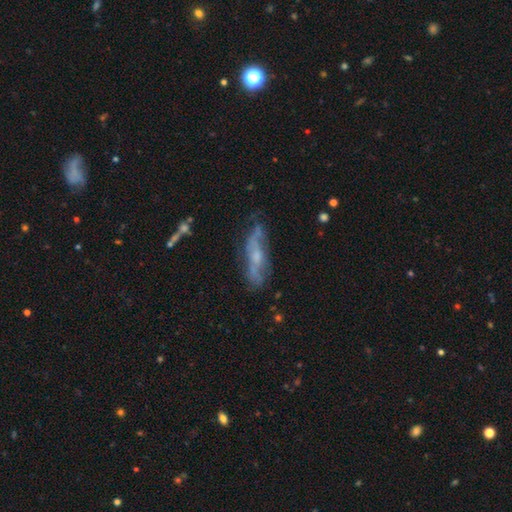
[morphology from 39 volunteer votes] featured or disk 62%, smooth 28%, star or artifact 10%. Down the decision tree: edge-on disk — no (71%); bar — no (88%); spiral arms — no (65%); bulge size — moderate (47%); merging — none (54%).